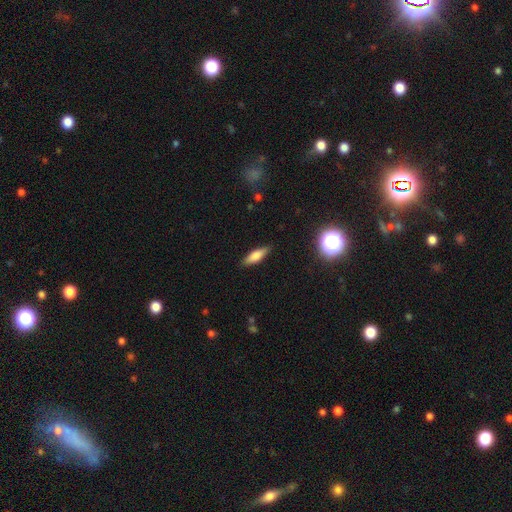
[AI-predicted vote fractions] Smooth or featured: smooth — 71% (featured or disk — 20%)
How rounded: in between — 49% (cigar-shaped — 48%)
Merging: none — 84% (minor disturbance — 12%)